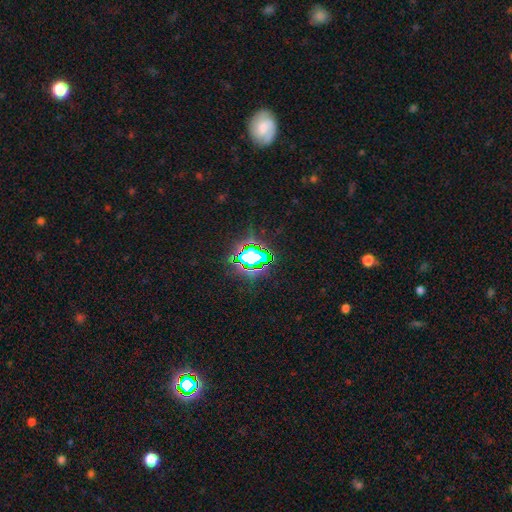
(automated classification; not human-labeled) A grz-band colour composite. It shows a star or artifact, not a galaxy (75%).